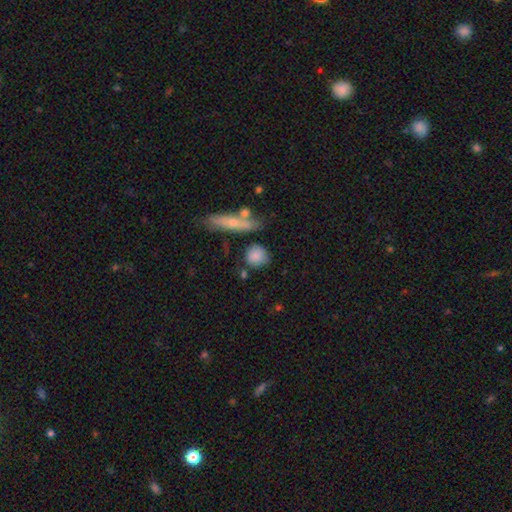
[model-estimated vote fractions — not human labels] A smooth galaxy with no disk features (80%) that is round (79%). Merging: none (67%).